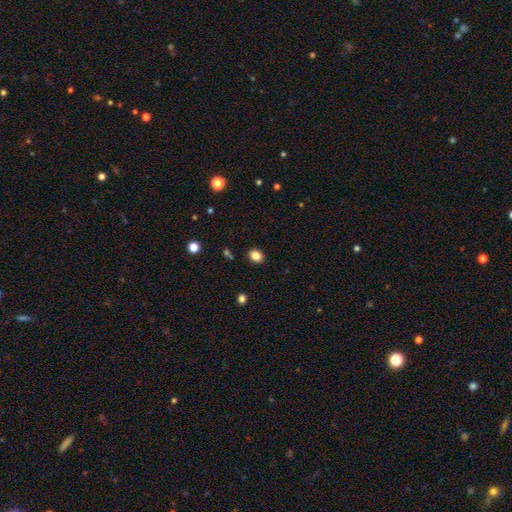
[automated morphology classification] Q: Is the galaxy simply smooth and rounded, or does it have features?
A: smooth — 85%.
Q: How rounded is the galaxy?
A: round — 54%.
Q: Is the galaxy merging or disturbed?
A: none — 88%.